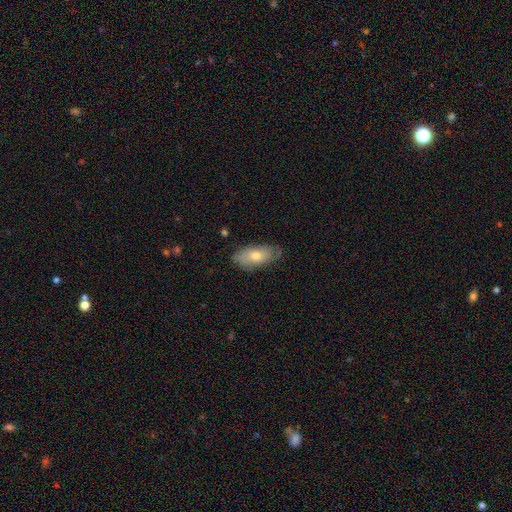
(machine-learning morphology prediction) This appears to be a smooth galaxy with no disk features (55%) that is in between round and cigar-shaped (86%). Merging: none (73%).